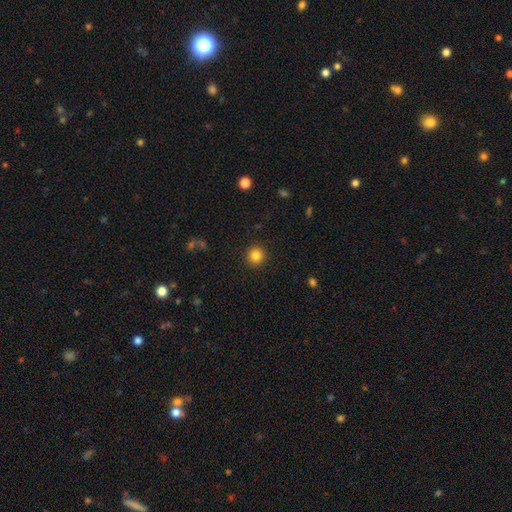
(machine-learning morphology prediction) Smooth or featured? smooth (84%)
How rounded? round (94%)
Merging? none (92%)